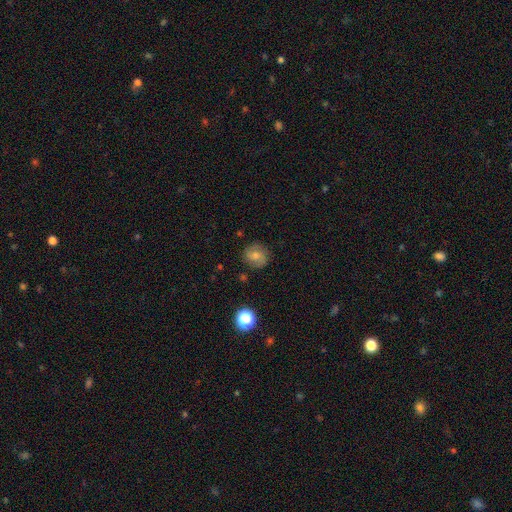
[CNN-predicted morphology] This appears to be a smooth galaxy with no disk features (60%) that is round (86%). Merging: none (82%).